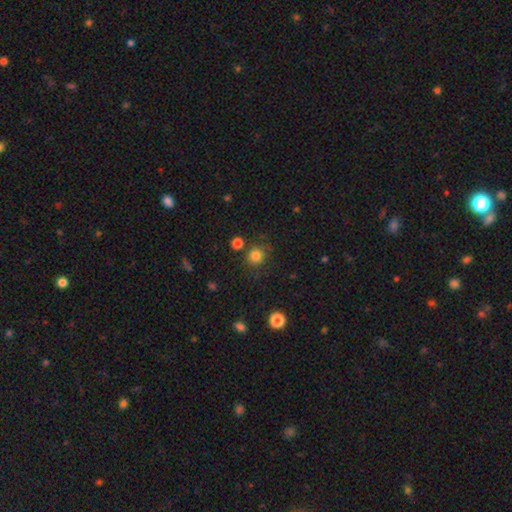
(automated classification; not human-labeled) Q: Smooth or featured?
A: smooth (82%); runner-up: star or artifact (13%)
Q: How rounded?
A: round (91%); runner-up: in between (8%)
Q: Merging?
A: none (81%); runner-up: minor disturbance (9%)